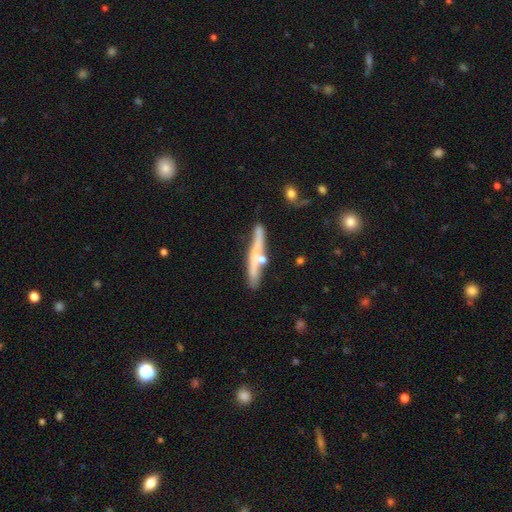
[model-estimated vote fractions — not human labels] Smooth or featured: featured or disk — 57% (smooth — 37%)
Edge-on disk: yes — 90% (no — 10%)
Edge-on bulge: rounded — 49% (none — 44%)
Merging: none — 68% (minor disturbance — 18%)